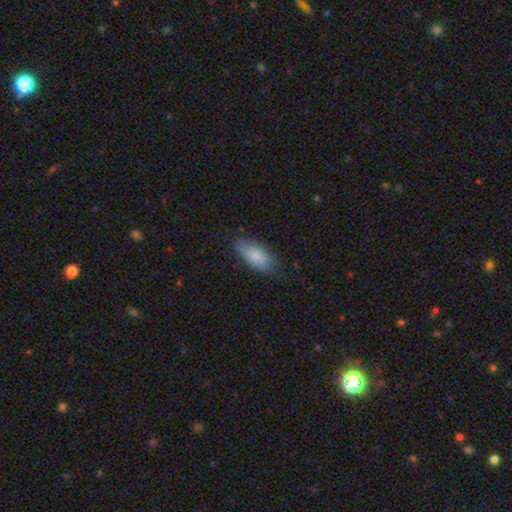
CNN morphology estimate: Smooth or featured? smooth (85%)
How rounded? in between (88%)
Merging? none (75%)